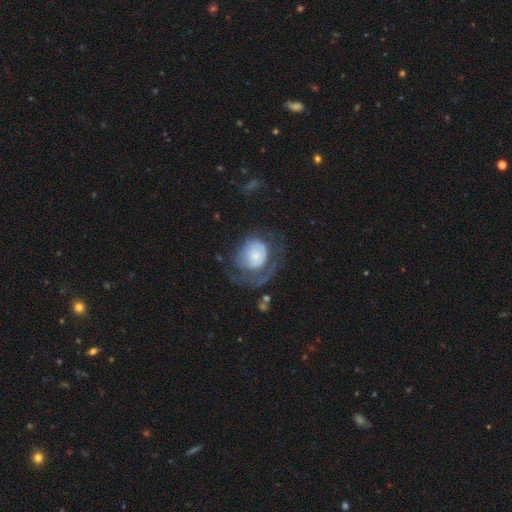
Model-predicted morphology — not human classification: type=smooth (48%); merging=major disturbance (46%).